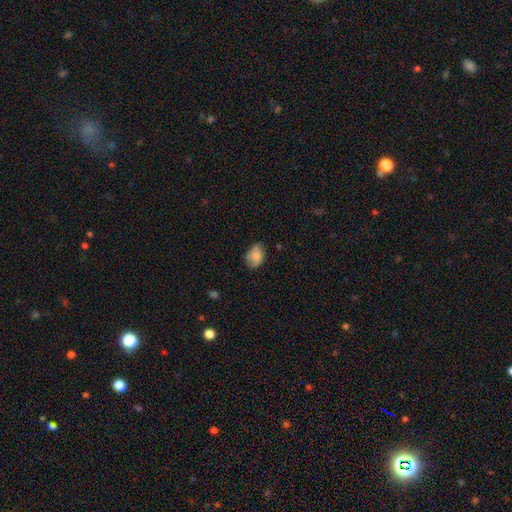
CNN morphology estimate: smooth_or_featured: smooth (p=0.82) [alt: featured or disk p=0.10]
how_rounded: in between (p=0.76) [alt: round p=0.23]
merging: none (p=0.66) [alt: minor disturbance p=0.26]